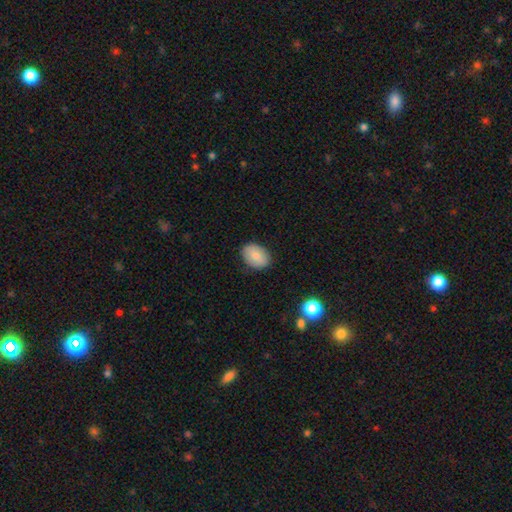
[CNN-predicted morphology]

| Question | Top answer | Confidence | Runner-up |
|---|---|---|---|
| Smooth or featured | smooth | 84% | featured or disk (9%) |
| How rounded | in between | 80% | round (19%) |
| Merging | none | 87% | minor disturbance (10%) |